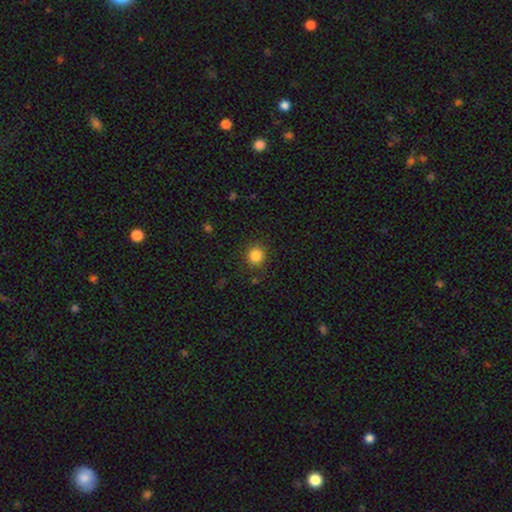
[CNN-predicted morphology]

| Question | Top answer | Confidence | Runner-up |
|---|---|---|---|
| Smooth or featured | smooth | 85% | star or artifact (11%) |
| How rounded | round | 89% | in between (10%) |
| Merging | none | 88% | minor disturbance (8%) |